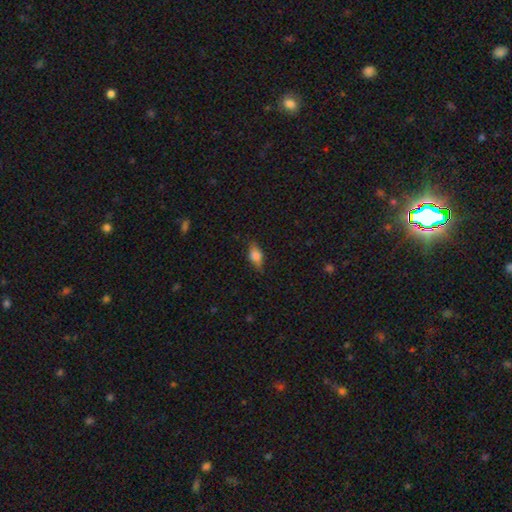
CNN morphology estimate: Smooth or featured?
  - smooth: 70% *
  - featured or disk: 20%
  - star or artifact: 10%
How rounded?
  - in between: 80% *
  - round: 11%
  - cigar-shaped: 9%
Merging?
  - none: 71% *
  - minor disturbance: 22%
  - major disturbance: 5%
  - merger: 1%